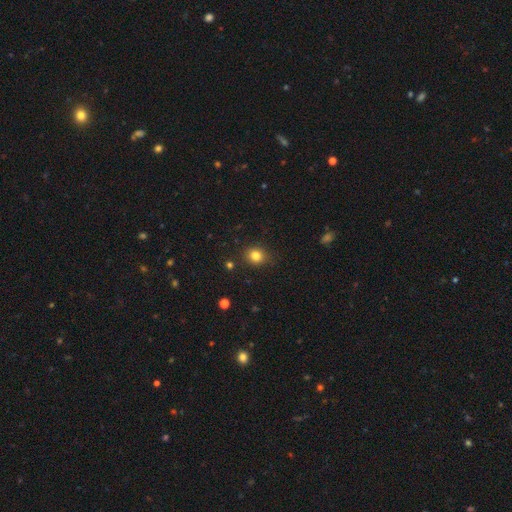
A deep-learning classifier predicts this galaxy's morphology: Smooth or featured? smooth (82%)
How rounded? round (76%)
Merging? none (86%)